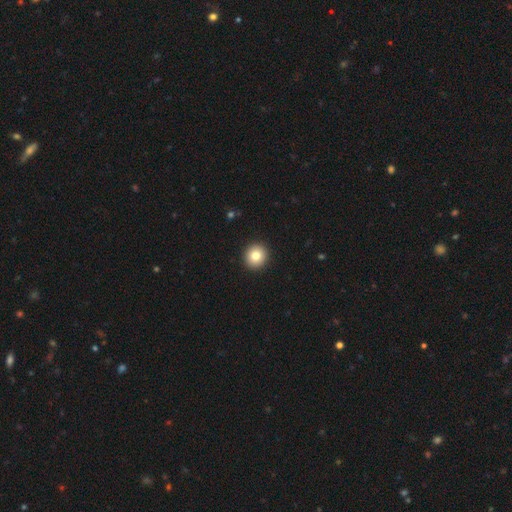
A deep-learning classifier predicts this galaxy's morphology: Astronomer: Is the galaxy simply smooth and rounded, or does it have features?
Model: smooth — 81%.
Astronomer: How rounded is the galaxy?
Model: round — 93%.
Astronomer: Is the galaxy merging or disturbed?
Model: none — 93%.